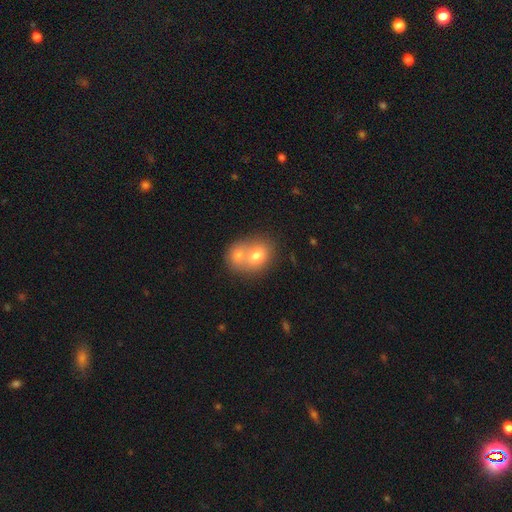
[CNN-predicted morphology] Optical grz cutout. It shows a smooth galaxy with no disk features (71%) that is round (57%). Merging: merger (67%).